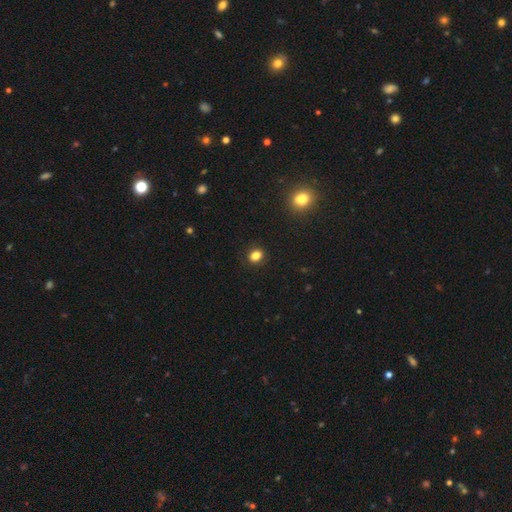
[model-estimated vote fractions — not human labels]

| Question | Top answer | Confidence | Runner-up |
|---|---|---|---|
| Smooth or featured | smooth | 83% | star or artifact (12%) |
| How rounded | round | 53% | in between (46%) |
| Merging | none | 89% | minor disturbance (8%) |